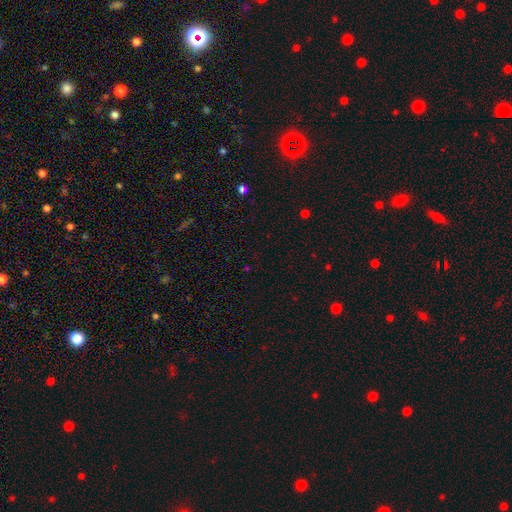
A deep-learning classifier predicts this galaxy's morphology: This appears to be a star or artifact, not a galaxy (65%).